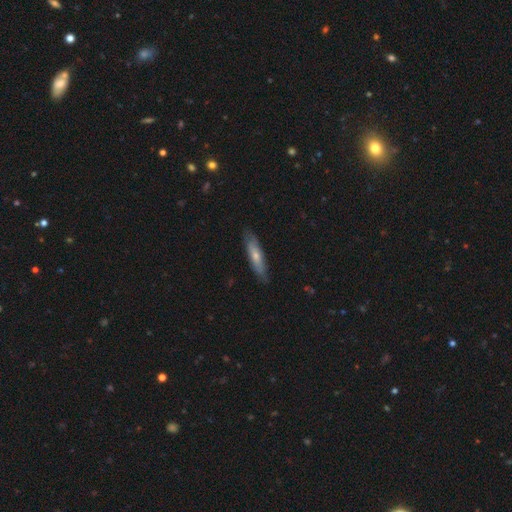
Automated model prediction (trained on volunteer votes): Overall: smooth (57%; featured or disk 38%). How rounded: cigar-shaped (74%). Merging: none (81%).